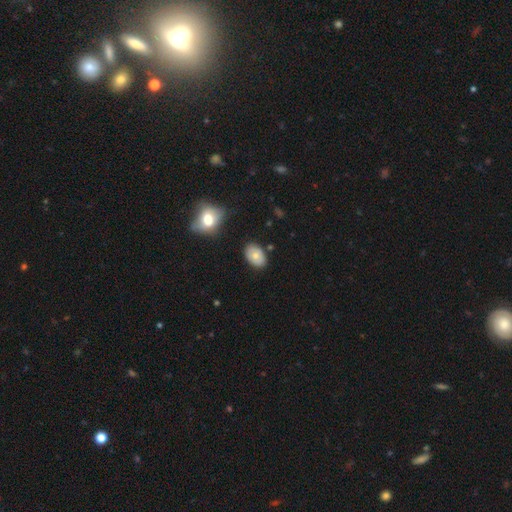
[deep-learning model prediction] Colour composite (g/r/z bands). It shows a smooth galaxy with no disk features (71%) that is in between round and cigar-shaped (84%). Merging: none (82%).